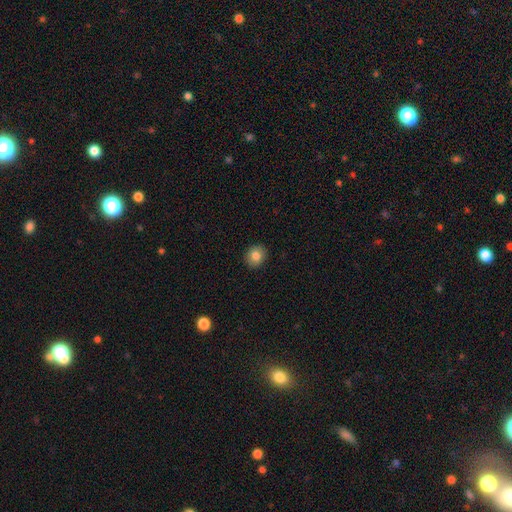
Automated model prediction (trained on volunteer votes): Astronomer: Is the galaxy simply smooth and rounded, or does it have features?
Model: smooth — 83%.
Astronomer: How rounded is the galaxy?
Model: round — 71%.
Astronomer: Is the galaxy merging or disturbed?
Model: none — 90%.